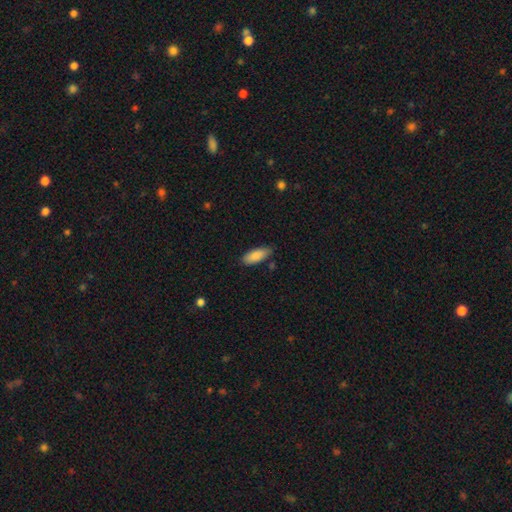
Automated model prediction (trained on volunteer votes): Smooth or featured?
  - smooth: 87% *
  - featured or disk: 7%
  - star or artifact: 6%
How rounded?
  - in between: 75% *
  - cigar-shaped: 23%
  - round: 2%
Merging?
  - none: 80% *
  - minor disturbance: 15%
  - major disturbance: 3%
  - merger: 2%